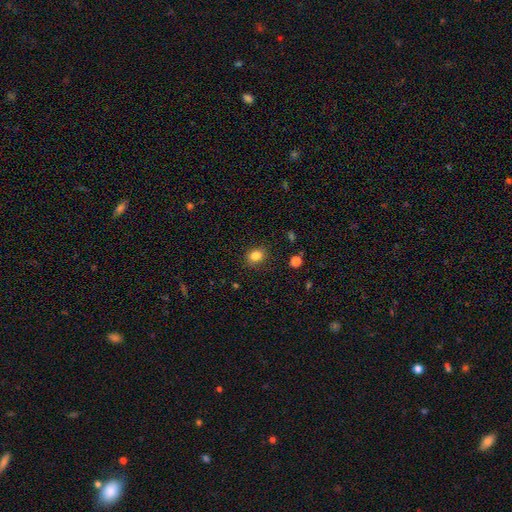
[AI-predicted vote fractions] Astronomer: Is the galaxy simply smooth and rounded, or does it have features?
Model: smooth — 84%.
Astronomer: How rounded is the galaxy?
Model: round — 61% (runner-up: in between, 38%).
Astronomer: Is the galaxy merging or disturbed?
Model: none — 86%.